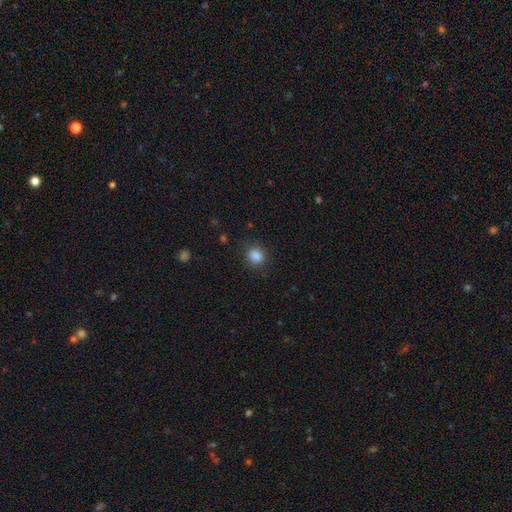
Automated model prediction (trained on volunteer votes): Morphology: type=smooth (86%); roundness=round (69%); merging=none (83%).